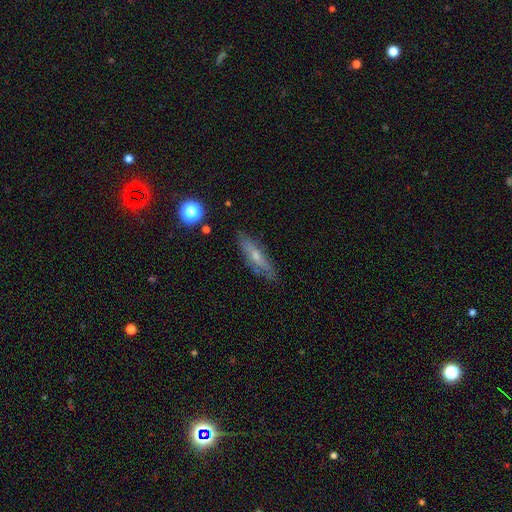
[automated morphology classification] The model was most divided on "smooth or featured": featured or disk: 52%, smooth: 38%, star or artifact: 10%. More confident: merging — none (82%); edge-on disk — yes (72%).